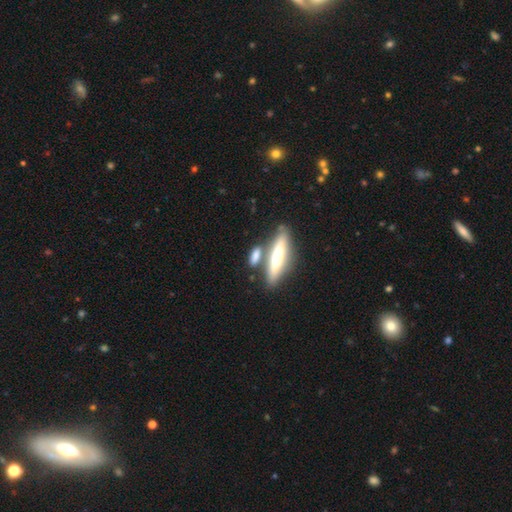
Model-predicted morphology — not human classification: type=smooth (58%); roundness=cigar-shaped (69%); merging=none (57%).